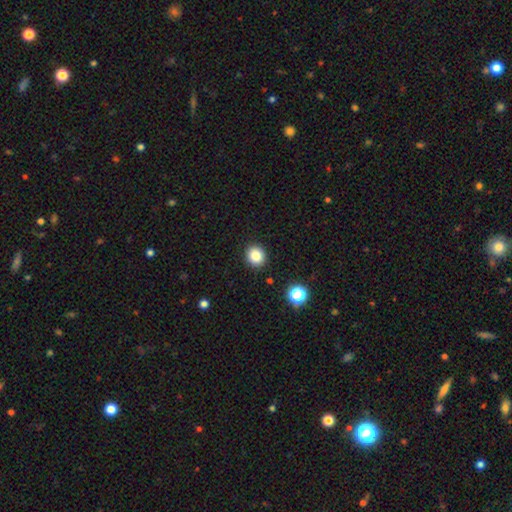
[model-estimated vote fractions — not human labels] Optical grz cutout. It shows a smooth galaxy with no disk features (84%) that is round (83%). Merging: none (91%).